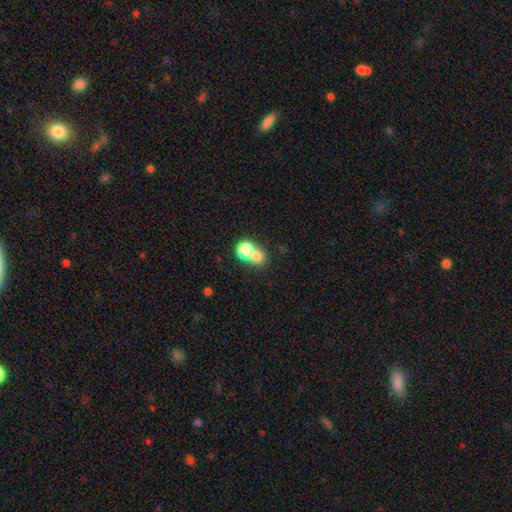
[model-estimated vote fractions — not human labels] smooth_or_featured: smooth (p=0.72) [alt: star or artifact p=0.16]
how_rounded: round (p=0.76) [alt: in between p=0.23]
merging: merger (p=0.53) [alt: none p=0.37]